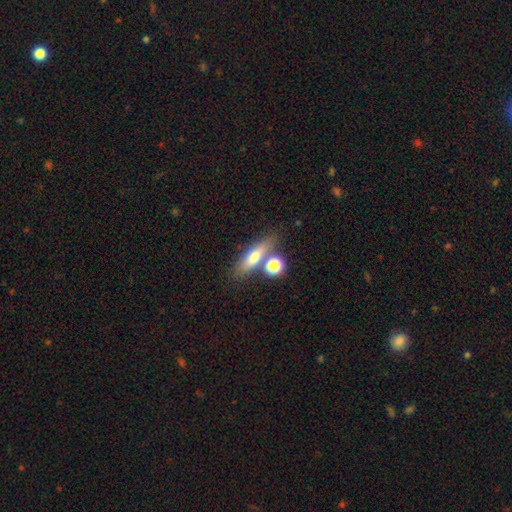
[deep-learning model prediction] This appears to be a smooth galaxy with no disk features (61%) that is cigar-shaped (50%). Merging: none (63%).